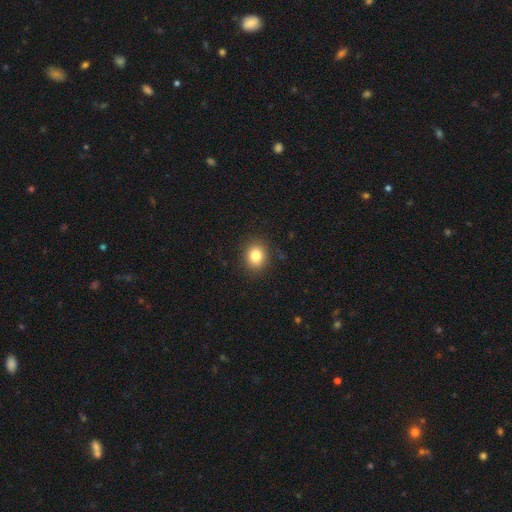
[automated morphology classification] Smooth or featured? Predicted: smooth (p=0.82). How rounded? Predicted: round (p=0.64). Merging? Predicted: none (p=0.89).